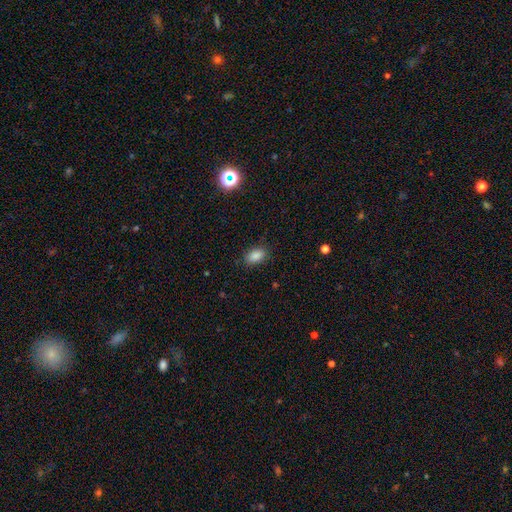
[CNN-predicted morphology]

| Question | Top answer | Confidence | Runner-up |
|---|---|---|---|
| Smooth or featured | smooth | 86% | star or artifact (10%) |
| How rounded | in between | 88% | round (10%) |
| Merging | none | 85% | minor disturbance (11%) |